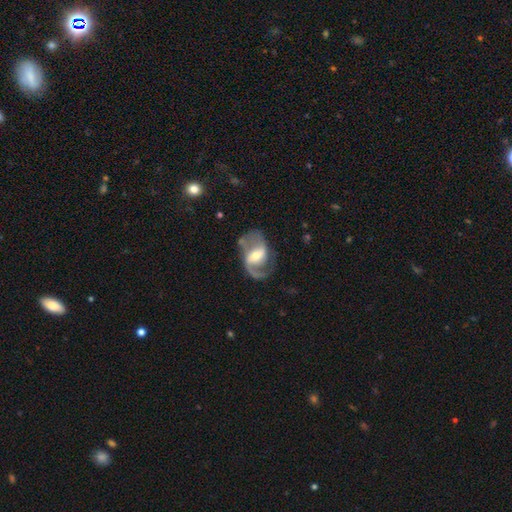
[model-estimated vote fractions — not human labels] Smooth or featured?
  - featured or disk: 86% *
  - smooth: 9%
  - star or artifact: 5%
Edge-on disk?
  - no: 97% *
  - yes: 3%
Bar?
  - weak: 44% *
  - strong: 36%
  - no: 19%
Spiral arms?
  - yes: 93% *
  - no: 7%
Spiral winding?
  - medium: 49% *
  - loose: 39%
  - tight: 13%
Spiral arm count?
  - 2: 85% *
  - 1: 8%
  - can't tell: 4%
  - 3: 1%
  - 4: 1%
  - more than 4: 1%
Bulge size?
  - moderate: 56% *
  - small: 32%
  - large: 9%
  - none: 2%
  - dominant: 1%
Merging?
  - none: 67% *
  - minor disturbance: 17%
  - major disturbance: 14%
  - merger: 2%